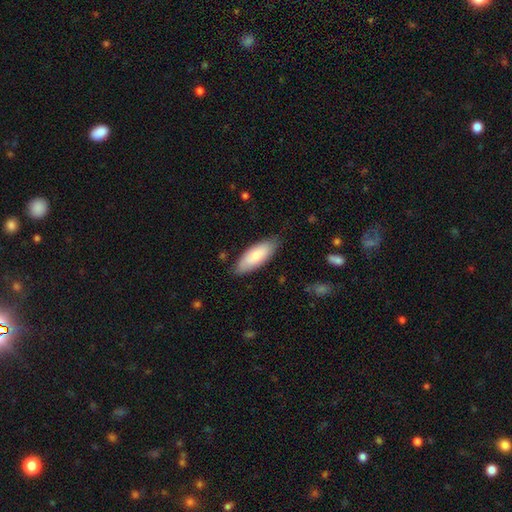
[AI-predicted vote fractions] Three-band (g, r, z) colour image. It shows a smooth galaxy with no disk features (77%) that is in between round and cigar-shaped (75%). Merging: none (80%).